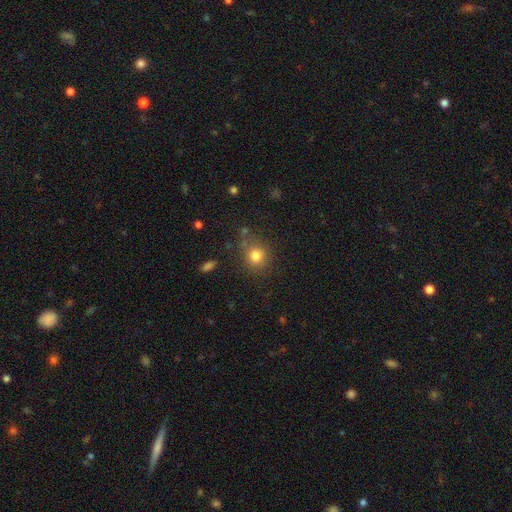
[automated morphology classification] Smooth or featured?
  - smooth: 79% *
  - star or artifact: 13%
  - featured or disk: 7%
How rounded?
  - round: 83% *
  - in between: 16%
  - cigar-shaped: 1%
Merging?
  - none: 78% *
  - minor disturbance: 13%
  - merger: 5%
  - major disturbance: 5%